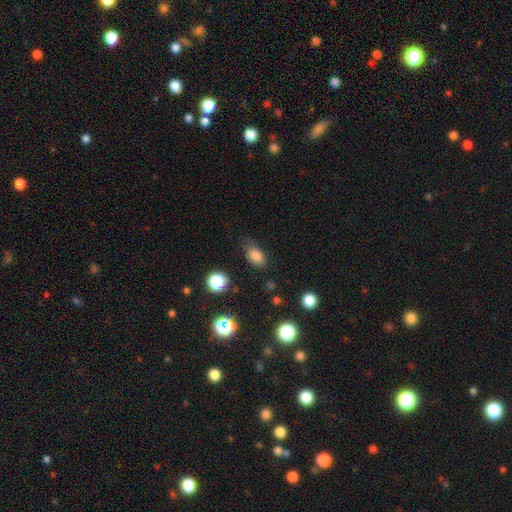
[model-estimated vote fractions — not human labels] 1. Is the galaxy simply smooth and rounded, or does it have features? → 82% smooth, 11% star or artifact, 6% featured or disk.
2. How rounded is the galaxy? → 86% in between, 11% round, 3% cigar-shaped.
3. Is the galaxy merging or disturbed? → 71% none, 21% minor disturbance, 6% major disturbance, 2% merger.